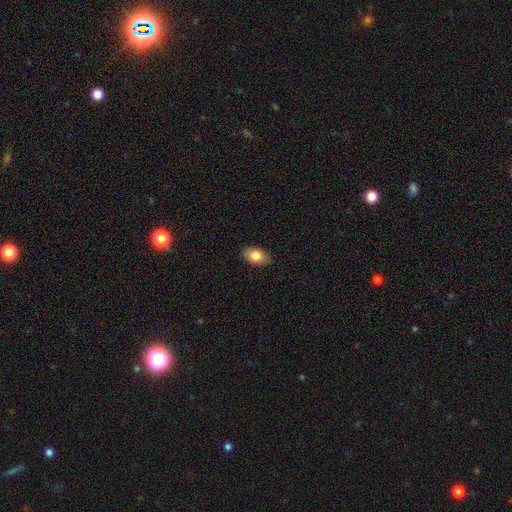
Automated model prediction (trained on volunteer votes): smooth-or-featured: smooth: 84% | featured or disk: 9% | star or artifact: 7%
  how-rounded: in between: 90% | round: 9% | cigar-shaped: 1%
  merging: none: 88% | minor disturbance: 9% | major disturbance: 2% | merger: 1%